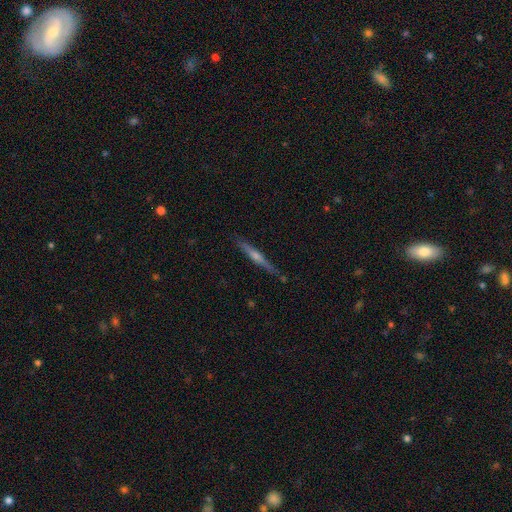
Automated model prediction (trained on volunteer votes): Overall: featured or disk (67%; smooth 27%). Edge-on disk: yes (98%). Edge-on bulge: rounded (72%). Merging: none (87%).